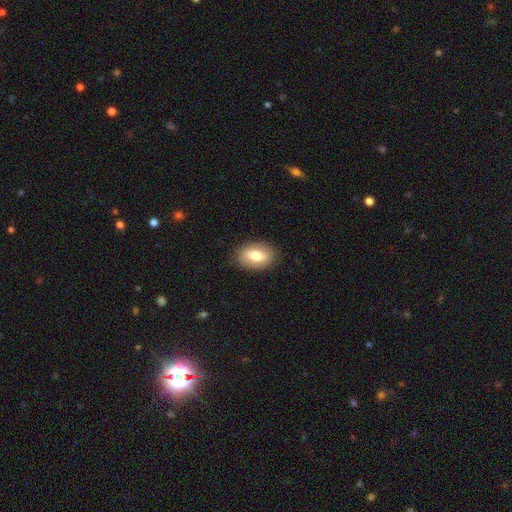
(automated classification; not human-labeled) smooth 72%, featured or disk 20%, star or artifact 7%. Down the decision tree: how rounded — in between (87%); merging — none (86%).